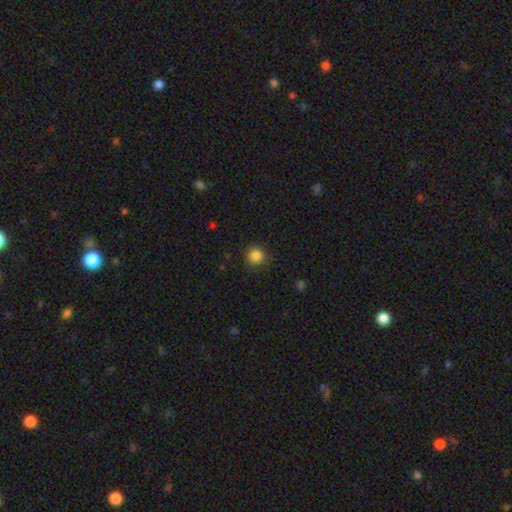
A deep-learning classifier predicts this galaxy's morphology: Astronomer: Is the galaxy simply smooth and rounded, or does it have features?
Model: smooth — 85%.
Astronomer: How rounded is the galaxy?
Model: round — 93%.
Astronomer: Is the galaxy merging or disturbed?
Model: none — 87%.